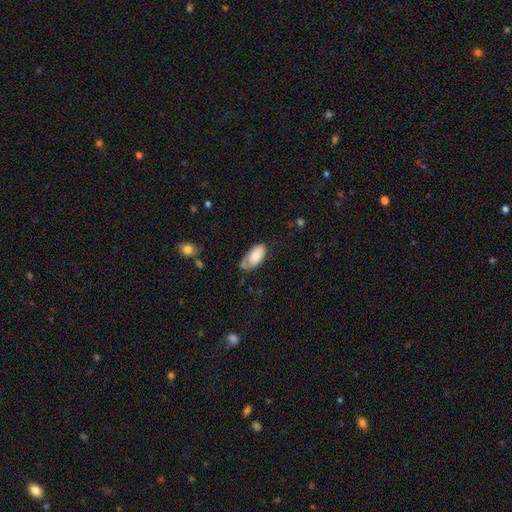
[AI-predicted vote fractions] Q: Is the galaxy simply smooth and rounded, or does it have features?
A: smooth — 75%.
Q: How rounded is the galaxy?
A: in between — 94%.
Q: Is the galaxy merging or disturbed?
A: none — 49%.